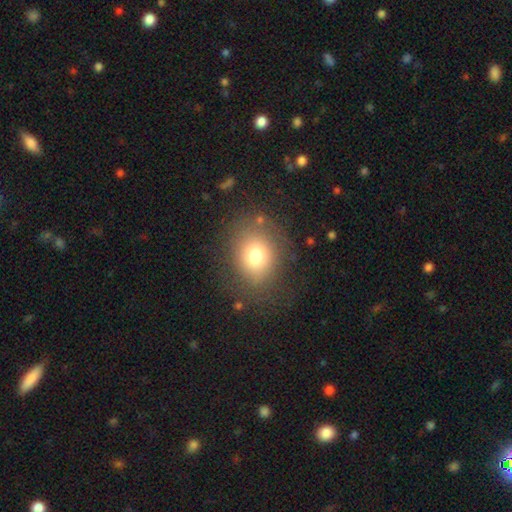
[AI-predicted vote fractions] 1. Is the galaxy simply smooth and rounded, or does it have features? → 75% smooth, 13% featured or disk, 12% star or artifact.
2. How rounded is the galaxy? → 55% round, 44% in between, 1% cigar-shaped.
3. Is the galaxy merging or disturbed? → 76% none, 14% minor disturbance, 8% major disturbance, 2% merger.